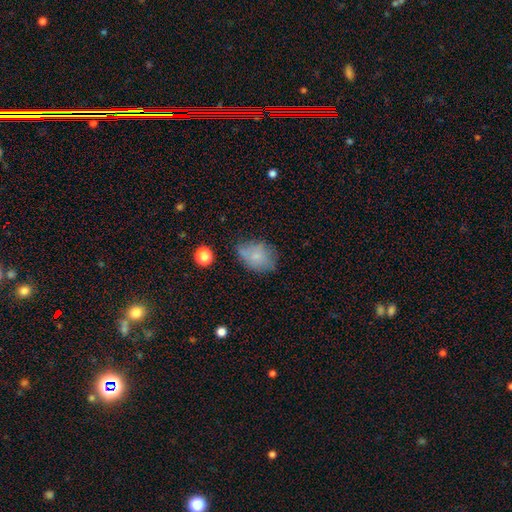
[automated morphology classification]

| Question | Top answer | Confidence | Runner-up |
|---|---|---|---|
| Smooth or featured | smooth | 71% | featured or disk (19%) |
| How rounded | in between | 76% | round (23%) |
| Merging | none | 54% | minor disturbance (31%) |